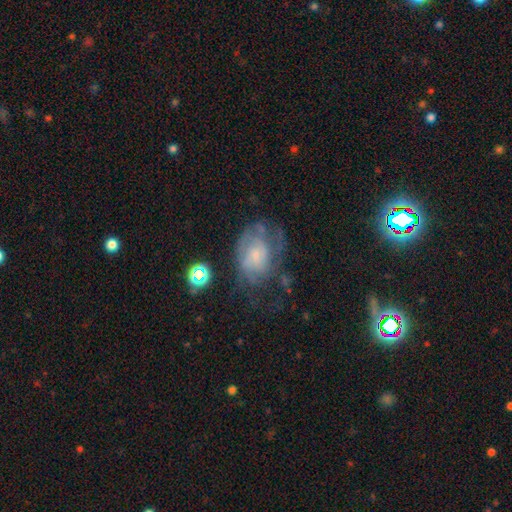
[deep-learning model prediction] This appears to be a featured or disk galaxy (62%) with no bar (71%), spiral arms (73%) and a small central bulge (62%). Merging: none (39%).